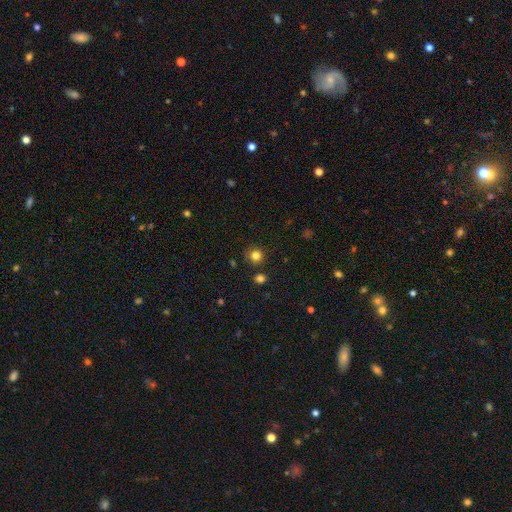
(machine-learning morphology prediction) Q: Smooth or featured?
A: smooth (81%); runner-up: star or artifact (14%)
Q: How rounded?
A: round (93%); runner-up: in between (6%)
Q: Merging?
A: none (87%); runner-up: minor disturbance (7%)